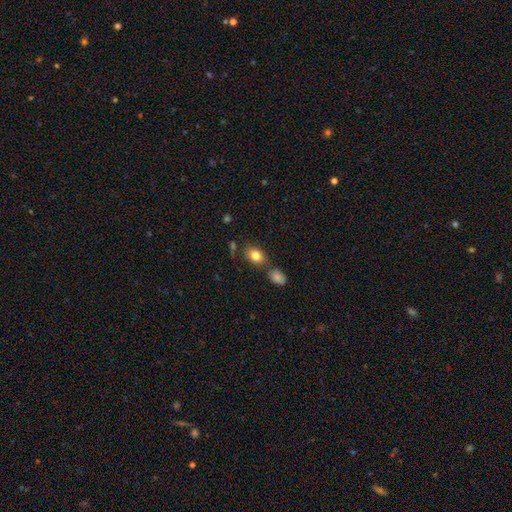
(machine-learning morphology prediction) type=smooth (81%); roundness=in between (77%); merging=none (65%).